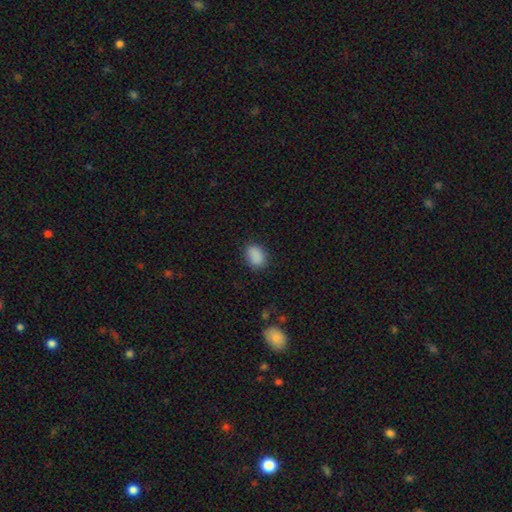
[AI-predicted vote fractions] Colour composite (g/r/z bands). It shows a smooth galaxy with no disk features (88%) that is in between round and cigar-shaped (78%). Merging: none (83%).